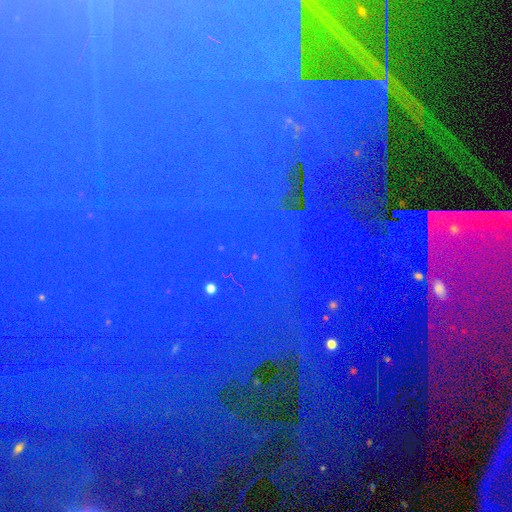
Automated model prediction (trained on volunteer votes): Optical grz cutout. It shows a star or artifact, not a galaxy (84%).